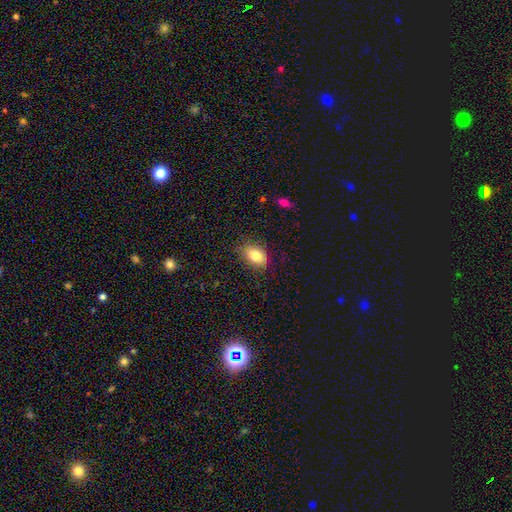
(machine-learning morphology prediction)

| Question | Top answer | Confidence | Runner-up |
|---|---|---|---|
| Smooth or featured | smooth | 82% | featured or disk (9%) |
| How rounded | in between | 84% | round (14%) |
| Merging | none | 81% | minor disturbance (14%) |